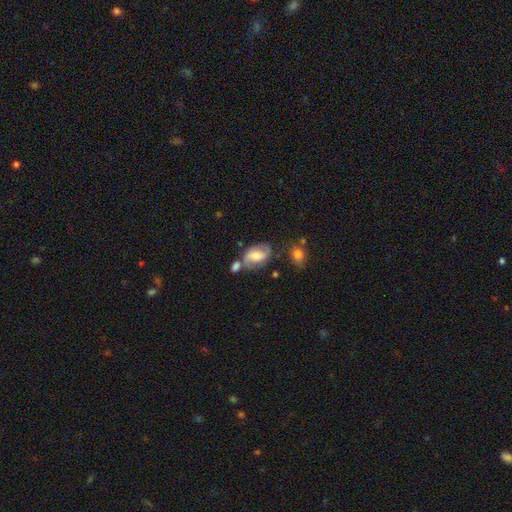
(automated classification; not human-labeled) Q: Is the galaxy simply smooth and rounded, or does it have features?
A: featured or disk — 52%.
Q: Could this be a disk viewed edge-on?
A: no — 96%.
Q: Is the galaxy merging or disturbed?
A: none — 48%.